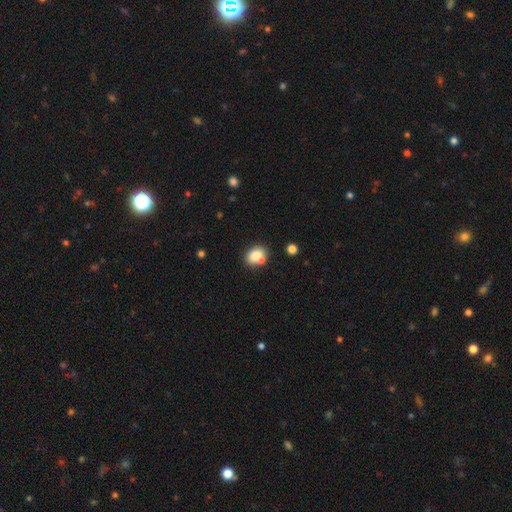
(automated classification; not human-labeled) Smooth or featured? smooth (78%)
How rounded? in between (53%)
Merging? none (60%)